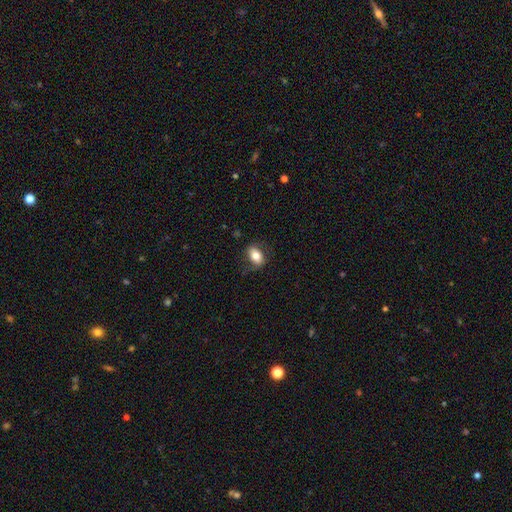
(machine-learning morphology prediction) smooth-or-featured: smooth: 73% | featured or disk: 20% | star or artifact: 8%
  how-rounded: in between: 85% | round: 12% | cigar-shaped: 3%
  merging: none: 76% | minor disturbance: 17% | major disturbance: 6% | merger: 1%